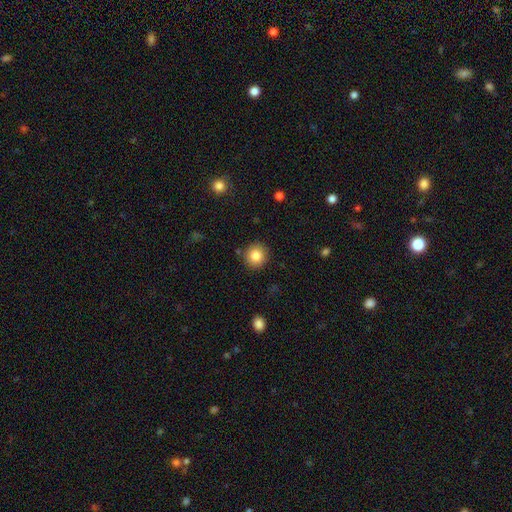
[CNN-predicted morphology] Smooth or featured: smooth — 83% (star or artifact — 10%)
How rounded: round — 92% (in between — 7%)
Merging: none — 89% (minor disturbance — 7%)